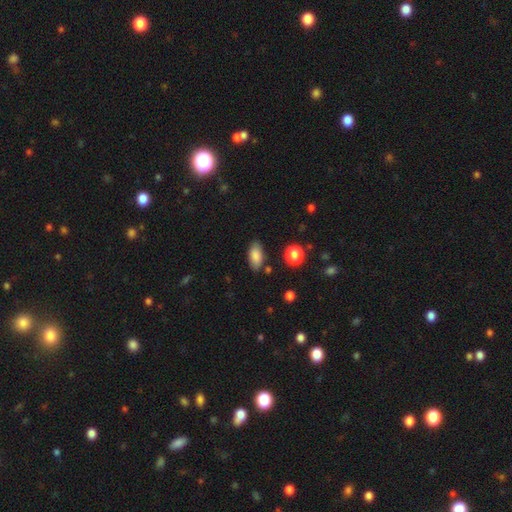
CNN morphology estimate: smooth-or-featured: smooth: 85% | star or artifact: 8% | featured or disk: 7%
  how-rounded: in between: 89% | cigar-shaped: 7% | round: 4%
  merging: none: 83% | minor disturbance: 12% | major disturbance: 3% | merger: 2%